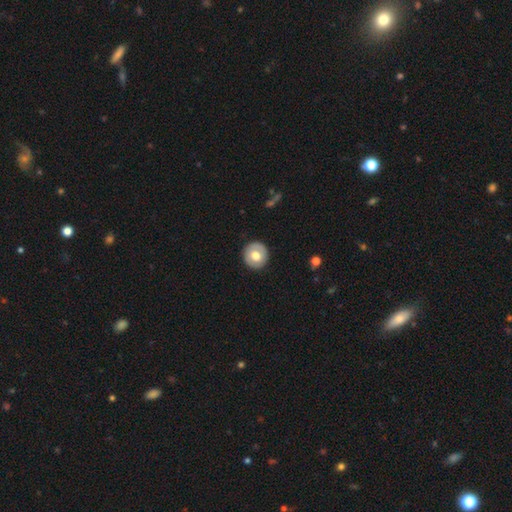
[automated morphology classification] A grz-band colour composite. It shows a smooth galaxy with no disk features (67%) that is round (92%). Merging: none (90%).